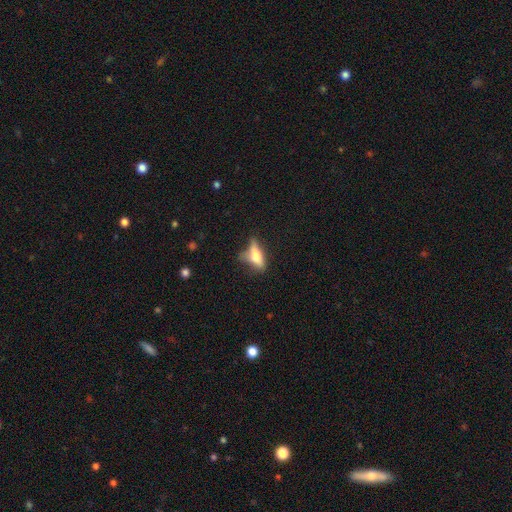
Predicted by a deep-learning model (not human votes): A smooth galaxy with no disk features (61%) that is in between round and cigar-shaped (62%).

Vote fractions:
- Smooth or featured? smooth: 61% / featured or disk: 29% / star or artifact: 10%
- How rounded? in between: 62% / cigar-shaped: 34% / round: 4%
- Merging? none: 38% / minor disturbance: 29% / major disturbance: 23% / merger: 9%